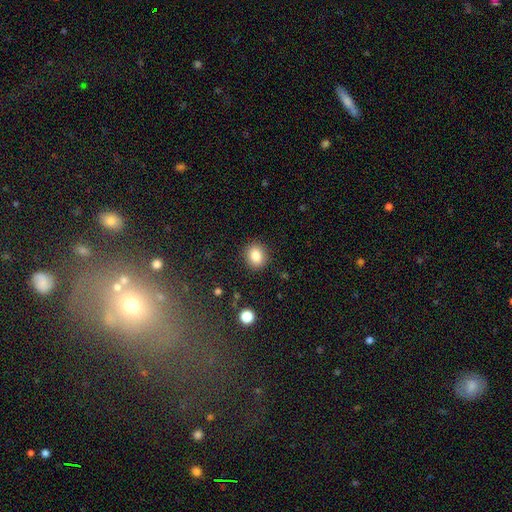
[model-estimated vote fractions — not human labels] smooth 85%, star or artifact 10%, featured or disk 6%. Down the decision tree: how rounded — round (65%); merging — none (89%).